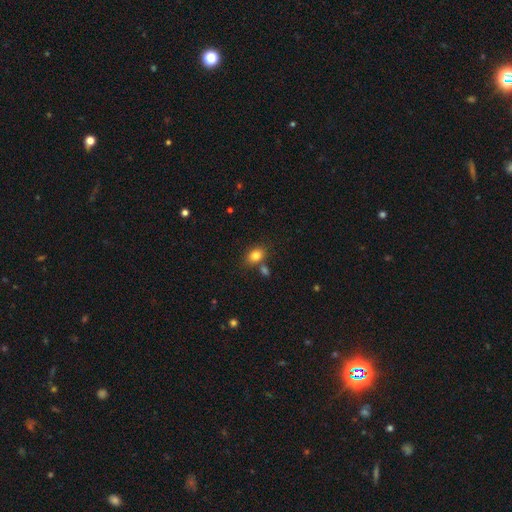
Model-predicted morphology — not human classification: smooth-or-featured: smooth: 82% | star or artifact: 11% | featured or disk: 8%
  how-rounded: in between: 65% | round: 33% | cigar-shaped: 1%
  merging: none: 67% | merger: 15% | minor disturbance: 13% | major disturbance: 4%